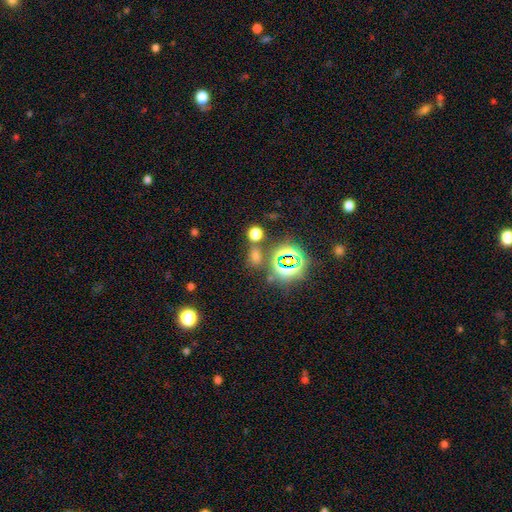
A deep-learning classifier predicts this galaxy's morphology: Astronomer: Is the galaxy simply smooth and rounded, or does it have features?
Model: smooth — 51% (runner-up: star or artifact, 42%).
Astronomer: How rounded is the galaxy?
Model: in between — 55% (runner-up: round, 42%).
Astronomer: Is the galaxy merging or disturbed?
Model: none — 70%.